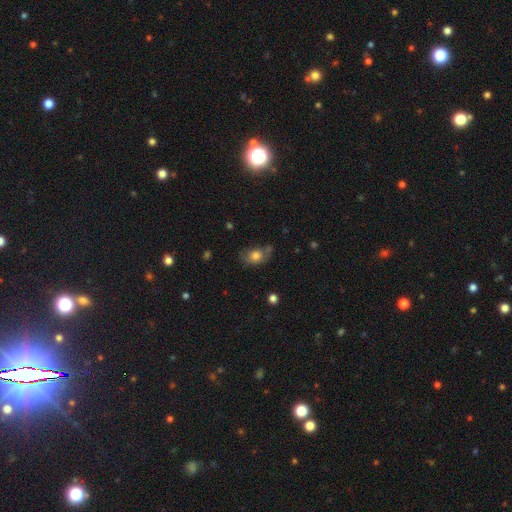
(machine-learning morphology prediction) smooth_or_featured: smooth (p=0.75) [alt: featured or disk p=0.15]
how_rounded: in between (p=0.72) [alt: round p=0.26]
merging: none (p=0.57) [alt: minor disturbance p=0.26]